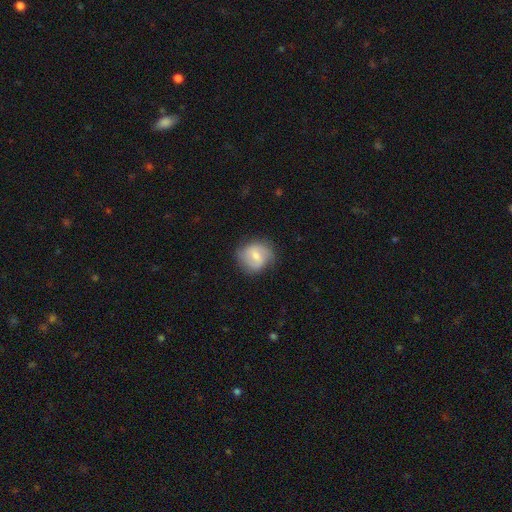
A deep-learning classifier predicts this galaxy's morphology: type=featured or disk (51%); edge-on=no (97%); merging=none (75%).